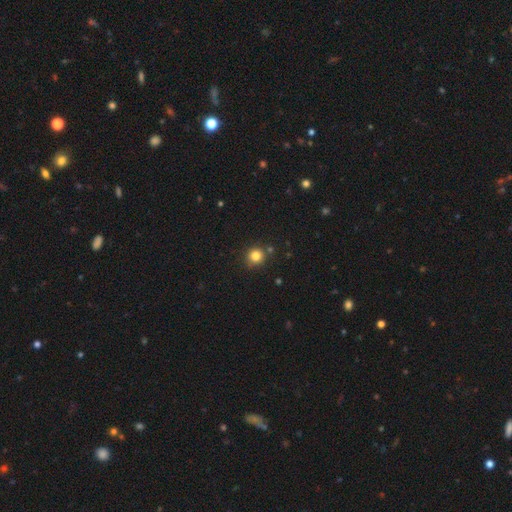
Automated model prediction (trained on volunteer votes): Q: Smooth or featured?
A: smooth (82%); runner-up: star or artifact (13%)
Q: How rounded?
A: round (92%); runner-up: in between (7%)
Q: Merging?
A: none (84%); runner-up: minor disturbance (8%)